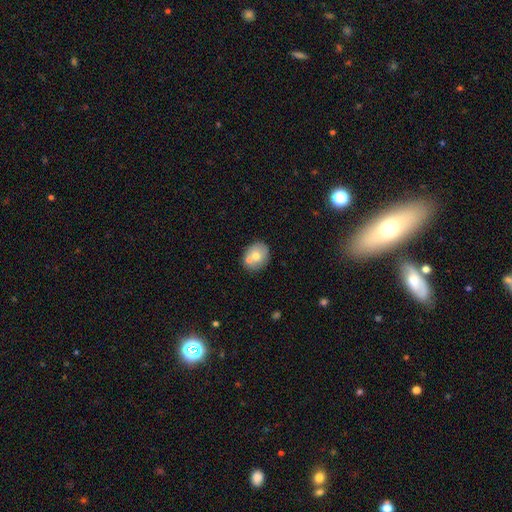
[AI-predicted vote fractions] The model was most divided on "how rounded": round: 66%, in between: 34%, cigar-shaped: 1%. More confident: smooth or featured — smooth (69%); merging — none (62%).